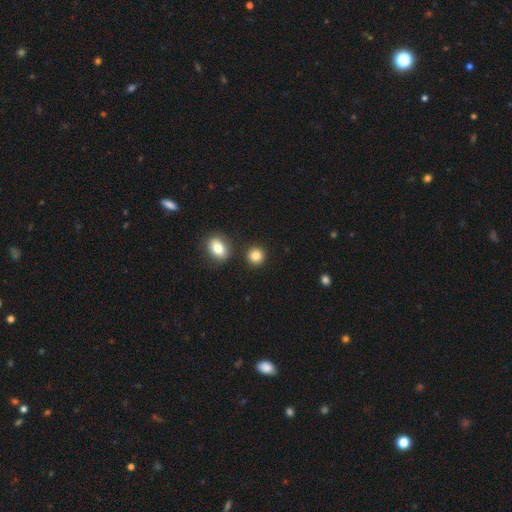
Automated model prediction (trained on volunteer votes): Smooth or featured? smooth (85%)
How rounded? round (87%)
Merging? none (85%)